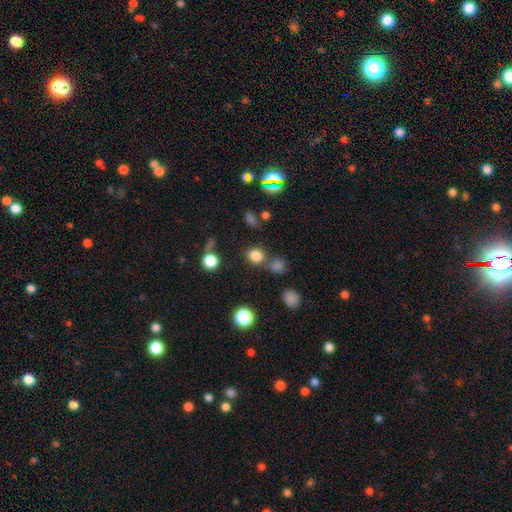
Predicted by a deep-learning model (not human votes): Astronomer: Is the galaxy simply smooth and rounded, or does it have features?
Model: smooth — 78%.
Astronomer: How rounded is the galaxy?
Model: round — 66%.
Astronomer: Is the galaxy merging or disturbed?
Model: none — 68%.